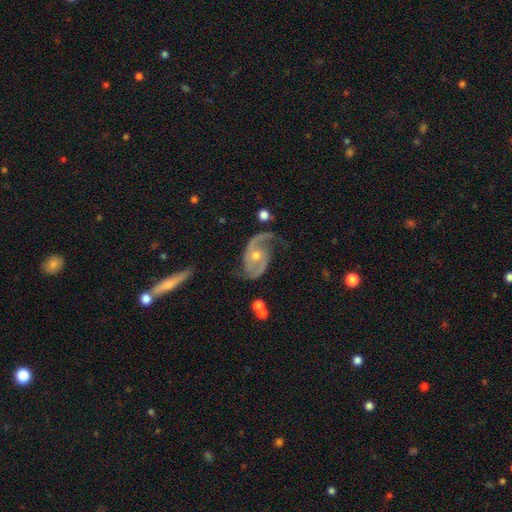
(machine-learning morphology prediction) Smooth or featured? featured or disk (89%)
Edge-on disk? no (96%)
Bar? no (64%)
Spiral arms? yes (96%)
Spiral winding? medium (46%)
Spiral arm count? 2 (82%)
Bulge size? moderate (58%)
Merging? none (58%)